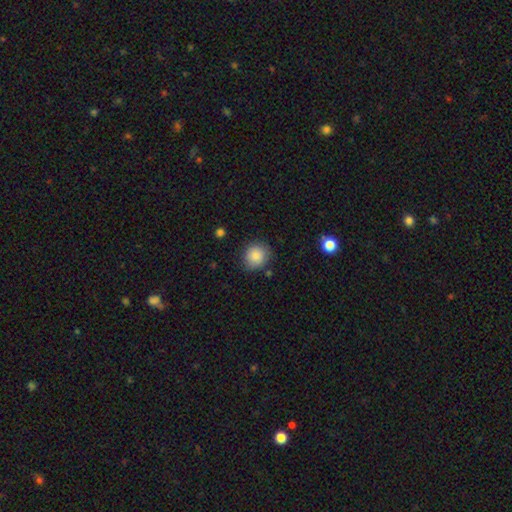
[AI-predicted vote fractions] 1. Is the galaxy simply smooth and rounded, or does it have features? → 85% smooth, 9% star or artifact, 6% featured or disk.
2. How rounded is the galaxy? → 84% round, 15% in between, 1% cigar-shaped.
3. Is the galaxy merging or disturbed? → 80% none, 15% minor disturbance, 3% major disturbance, 2% merger.